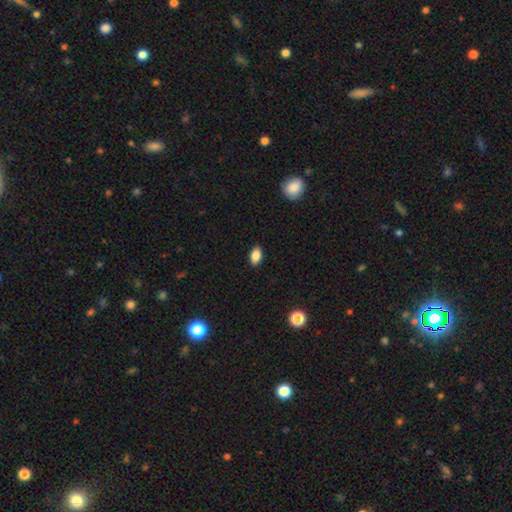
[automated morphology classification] Smooth or featured? smooth (87%)
How rounded? in between (90%)
Merging? none (89%)